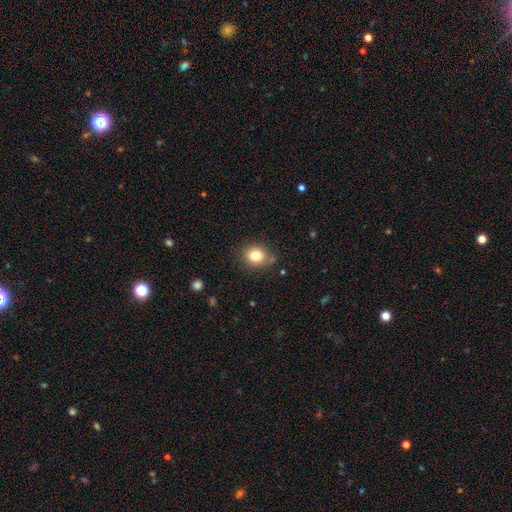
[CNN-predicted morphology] Q: Smooth or featured?
A: smooth (81%); runner-up: star or artifact (11%)
Q: How rounded?
A: round (69%); runner-up: in between (30%)
Q: Merging?
A: none (79%); runner-up: minor disturbance (14%)